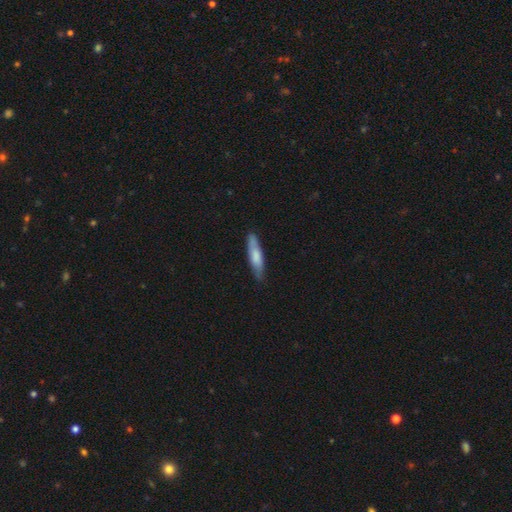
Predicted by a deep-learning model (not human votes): Overall: smooth (71%). How rounded: cigar-shaped (75%). Merging: none (82%).